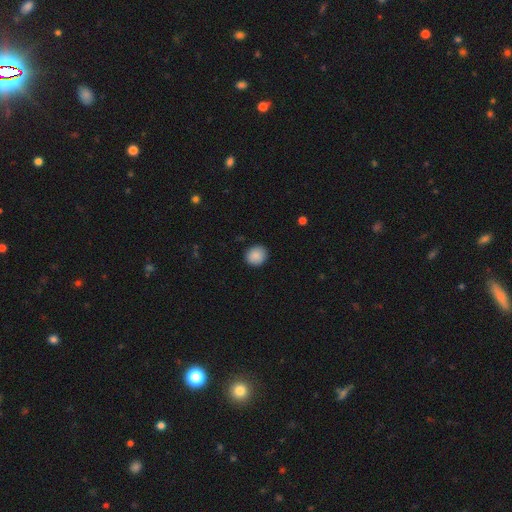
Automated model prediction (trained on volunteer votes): Overall: smooth (89%). How rounded: round (84%). Merging: none (90%).